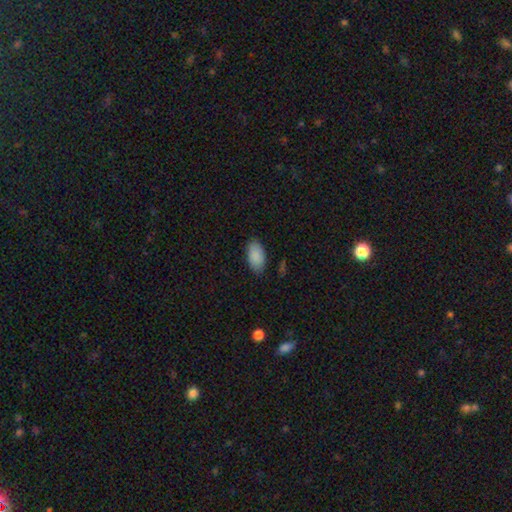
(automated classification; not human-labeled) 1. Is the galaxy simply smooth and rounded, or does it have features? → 89% smooth, 6% star or artifact, 4% featured or disk.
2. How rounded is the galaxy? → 95% in between, 3% cigar-shaped, 3% round.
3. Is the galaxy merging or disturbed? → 84% none, 12% minor disturbance, 3% major disturbance, 1% merger.